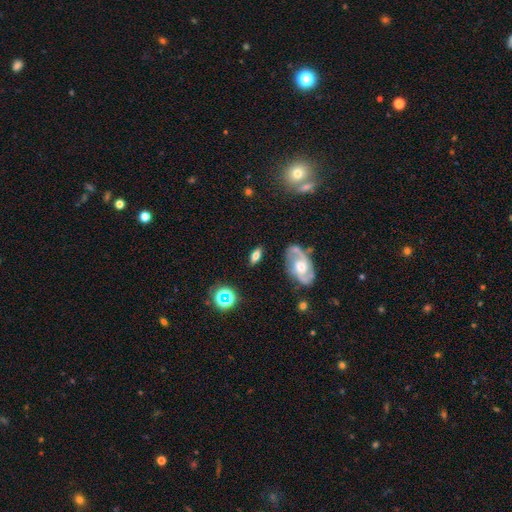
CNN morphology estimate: The model was most divided on "smooth or featured": smooth: 57%, featured or disk: 30%, star or artifact: 13%. More confident: merging — none (78%); how rounded — in between (77%).